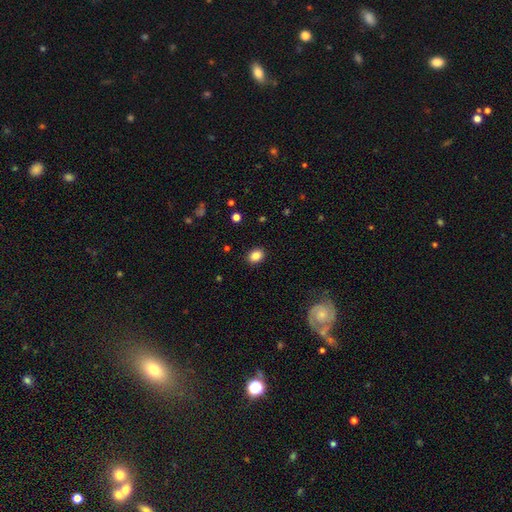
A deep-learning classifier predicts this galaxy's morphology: Overall: smooth (85%). How rounded: in between (55%; round 44%). Merging: none (89%).